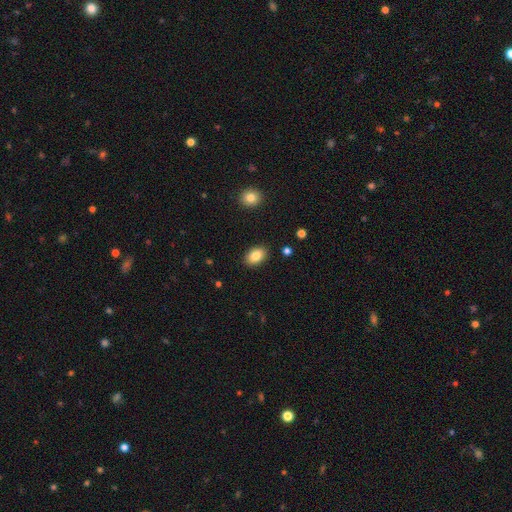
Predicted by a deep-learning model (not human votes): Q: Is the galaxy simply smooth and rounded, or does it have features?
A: smooth — 85%.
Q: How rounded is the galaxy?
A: in between — 85%.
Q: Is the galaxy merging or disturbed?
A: none — 89%.